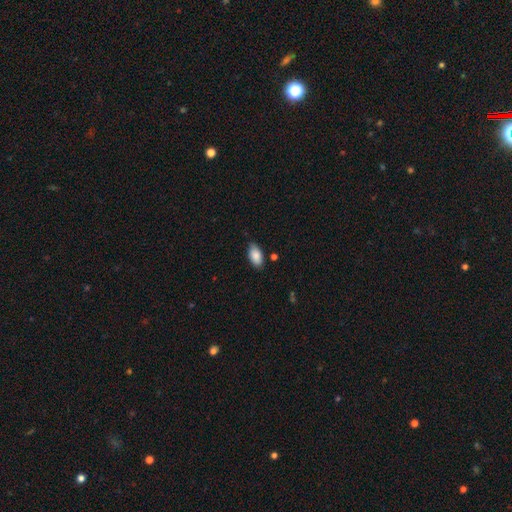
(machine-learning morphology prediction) A smooth galaxy with no disk features (86%) that is in between round and cigar-shaped (94%). Merging: none (80%).